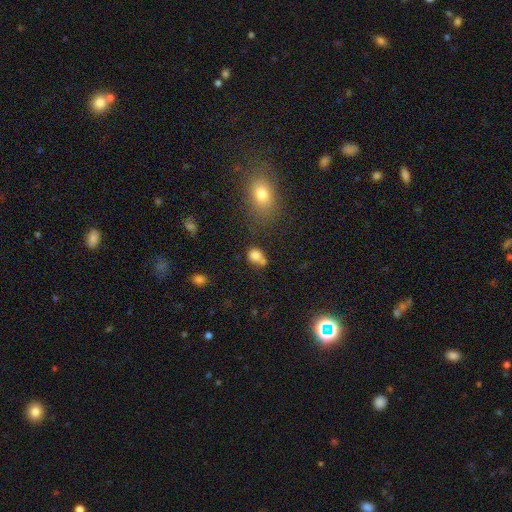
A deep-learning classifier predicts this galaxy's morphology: This appears to be a smooth galaxy with no disk features (79%) that is round (56%). Merging: none (39%).